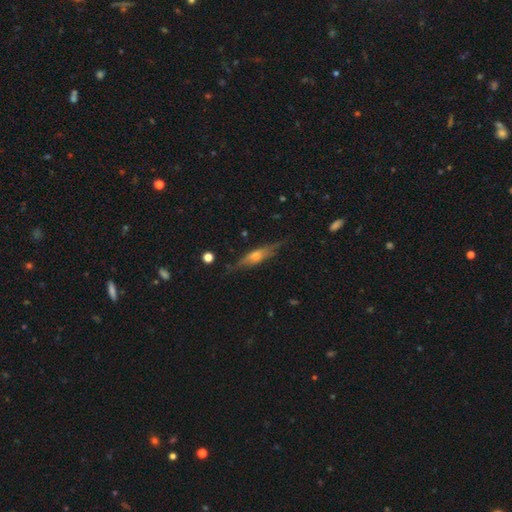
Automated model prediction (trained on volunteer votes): A featured or disk galaxy (57%) viewed edge-on (87%) with a rounded central bulge (73%).

Vote fractions:
- Smooth or featured? featured or disk: 57% / smooth: 35% / star or artifact: 7%
- Edge-on disk? yes: 87% / no: 13%
- Edge-on bulge? rounded: 73% / boxy: 14% / none: 13%
- Merging? none: 75% / minor disturbance: 18% / major disturbance: 5% / merger: 2%